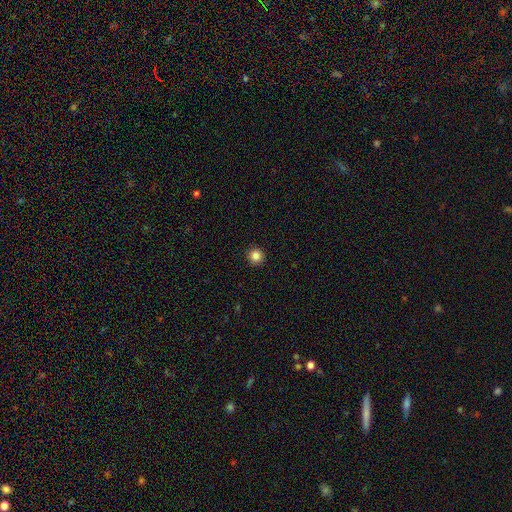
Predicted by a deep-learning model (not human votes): Q: Smooth or featured?
A: smooth (85%); runner-up: star or artifact (11%)
Q: How rounded?
A: round (95%); runner-up: in between (4%)
Q: Merging?
A: none (93%); runner-up: minor disturbance (5%)